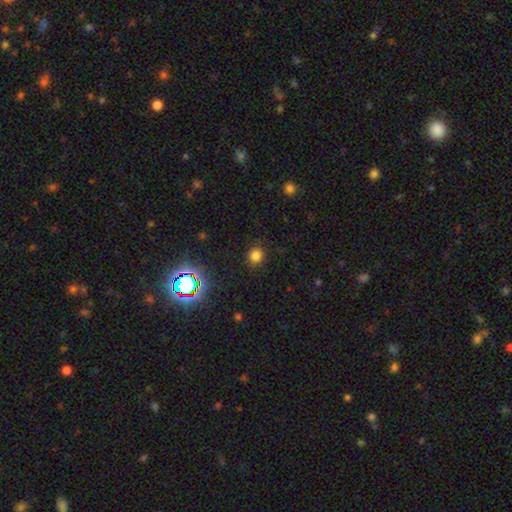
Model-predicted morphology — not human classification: Smooth or featured? smooth (76%)
How rounded? round (79%)
Merging? none (87%)